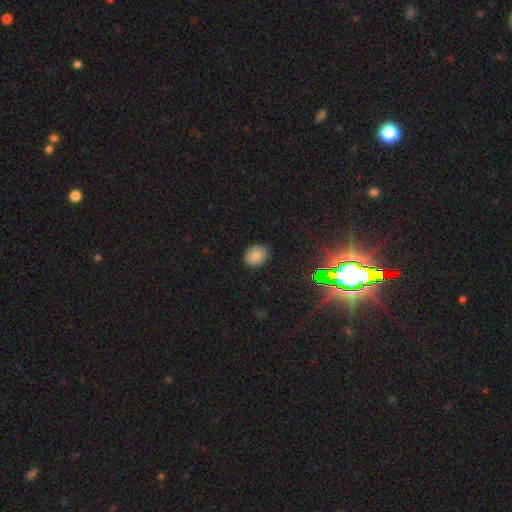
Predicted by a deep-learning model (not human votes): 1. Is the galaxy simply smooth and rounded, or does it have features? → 83% smooth, 12% star or artifact, 5% featured or disk.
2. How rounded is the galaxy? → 57% round, 42% in between, 1% cigar-shaped.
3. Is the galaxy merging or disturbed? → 88% none, 9% minor disturbance, 2% major disturbance, 1% merger.